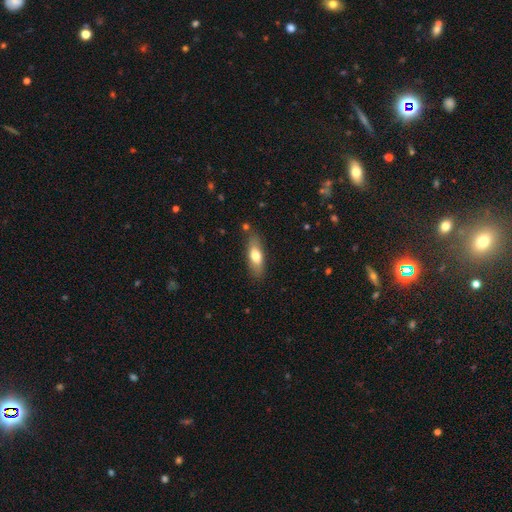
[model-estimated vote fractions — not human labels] Smooth or featured?
  - smooth: 68% *
  - featured or disk: 26%
  - star or artifact: 6%
How rounded?
  - in between: 59% *
  - cigar-shaped: 38%
  - round: 3%
Merging?
  - none: 81% *
  - minor disturbance: 13%
  - major disturbance: 3%
  - merger: 3%